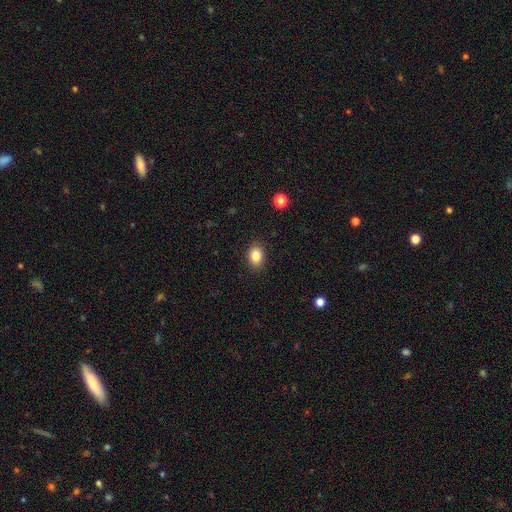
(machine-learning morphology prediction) The model was most divided on "how rounded": in between: 71%, round: 28%, cigar-shaped: 1%. More confident: merging — none (88%); smooth or featured — smooth (84%).